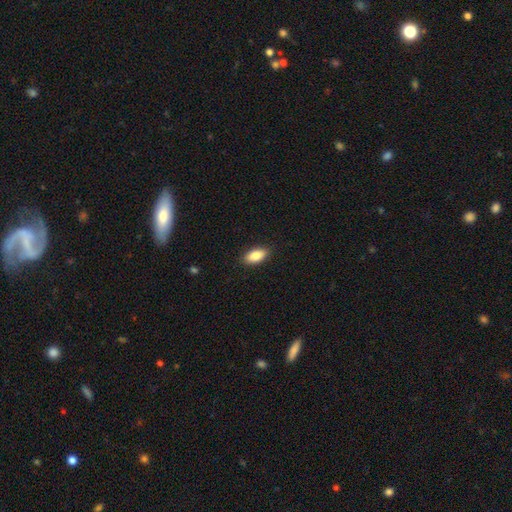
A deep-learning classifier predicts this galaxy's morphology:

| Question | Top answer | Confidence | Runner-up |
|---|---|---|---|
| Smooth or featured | smooth | 87% | featured or disk (7%) |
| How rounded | in between | 90% | cigar-shaped (7%) |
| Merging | none | 89% | minor disturbance (8%) |